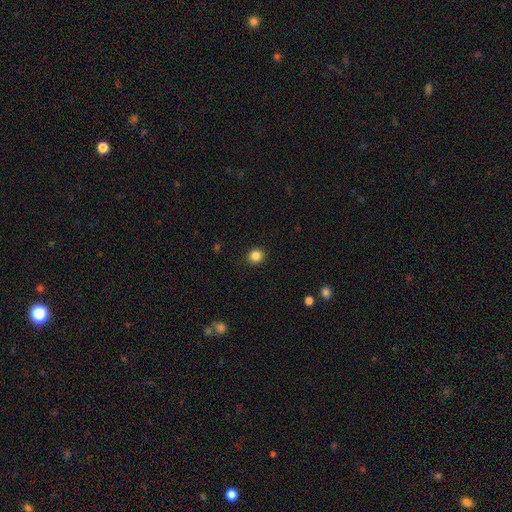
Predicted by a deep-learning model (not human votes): Morphology: type=smooth (85%); roundness=round (84%); merging=none (91%).